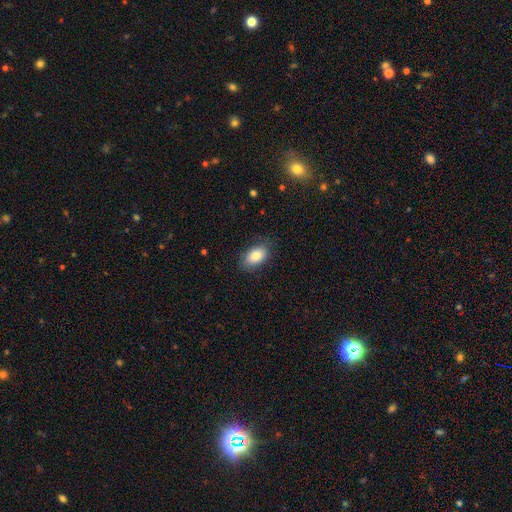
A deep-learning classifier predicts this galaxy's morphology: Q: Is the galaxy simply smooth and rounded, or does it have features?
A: smooth — 82%.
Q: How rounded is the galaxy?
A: in between — 90%.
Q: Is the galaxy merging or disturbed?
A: none — 82%.